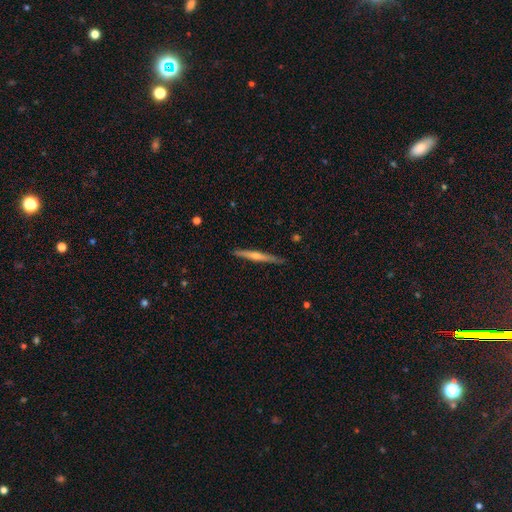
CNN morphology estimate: Smooth or featured? featured or disk (72%)
Edge-on disk? yes (98%)
Edge-on bulge? rounded (77%)
Merging? none (90%)